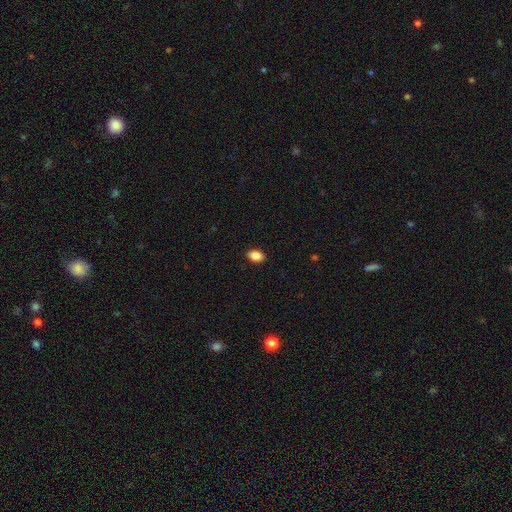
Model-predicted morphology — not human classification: type=smooth (87%); roundness=in between (82%); merging=none (90%).